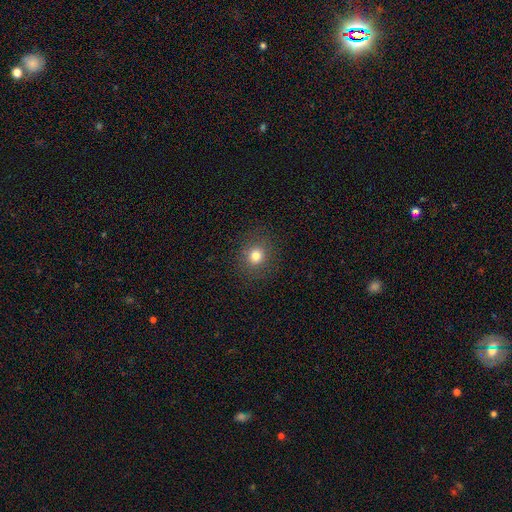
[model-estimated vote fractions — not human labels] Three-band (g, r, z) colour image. It shows a smooth galaxy with no disk features (78%) that is round (84%). Merging: none (88%).